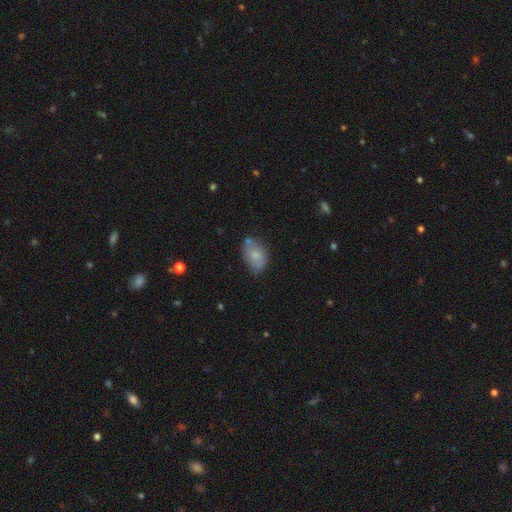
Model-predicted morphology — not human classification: This appears to be a smooth galaxy with no disk features (71%) that is in between round and cigar-shaped (87%). Merging: none (57%).